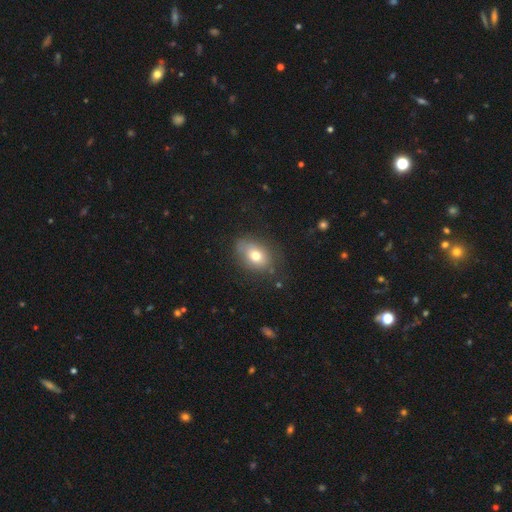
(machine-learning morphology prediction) A smooth galaxy with no disk features (72%) that is in between round and cigar-shaped (80%).

Vote fractions:
- Smooth or featured? smooth: 72% / featured or disk: 19% / star or artifact: 9%
- How rounded? in between: 80% / round: 19% / cigar-shaped: 2%
- Merging? none: 69% / minor disturbance: 22% / major disturbance: 7% / merger: 2%